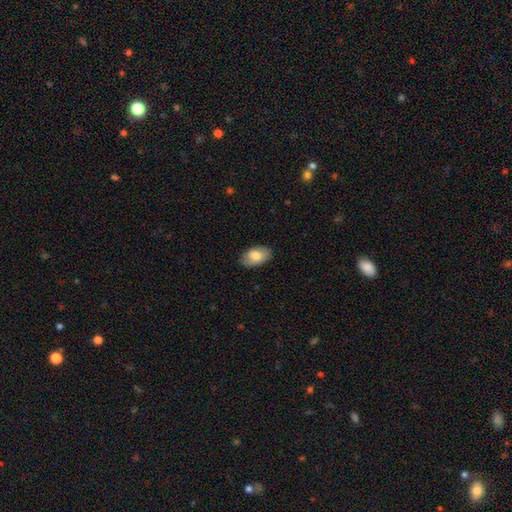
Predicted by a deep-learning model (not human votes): The model was most divided on "smooth or featured": smooth: 78%, featured or disk: 15%, star or artifact: 6%. More confident: how rounded — in between (92%); merging — none (84%).